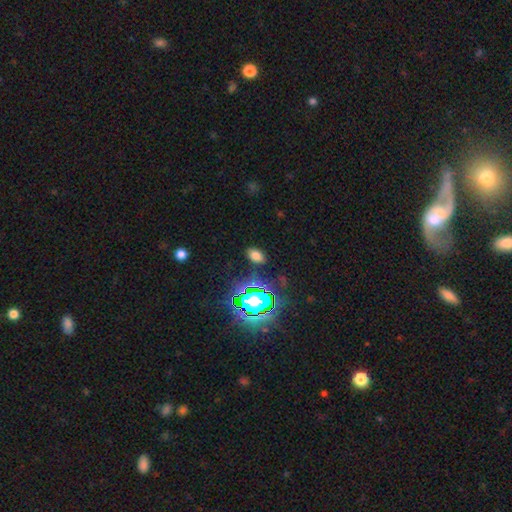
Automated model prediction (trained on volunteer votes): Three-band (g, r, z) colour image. It shows a smooth galaxy with no disk features (67%) that is in between round and cigar-shaped (89%). Merging: none (85%).